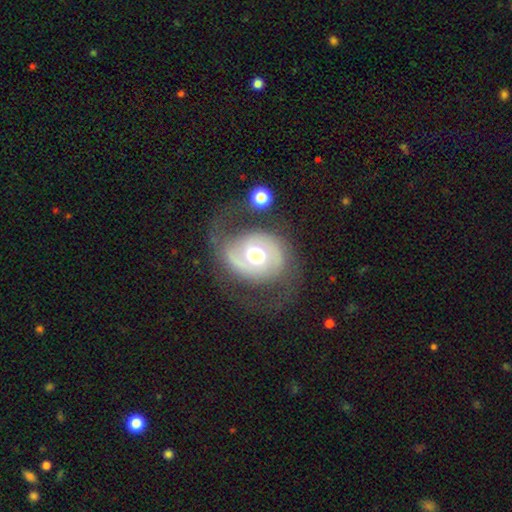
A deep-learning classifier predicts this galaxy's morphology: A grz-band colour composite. It shows a featured or disk galaxy (79%) with no bar (63%), 2 (80%) medium (43%) spiral arms (87%) and a moderate central bulge (63%). Merging: none (56%).